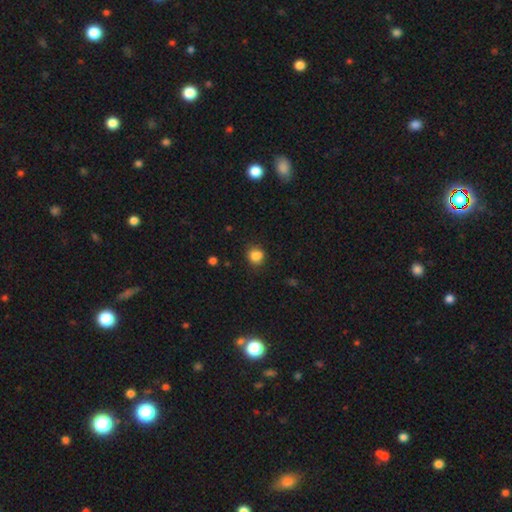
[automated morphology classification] This appears to be a smooth galaxy with no disk features (84%) that is round (79%). Merging: none (79%).